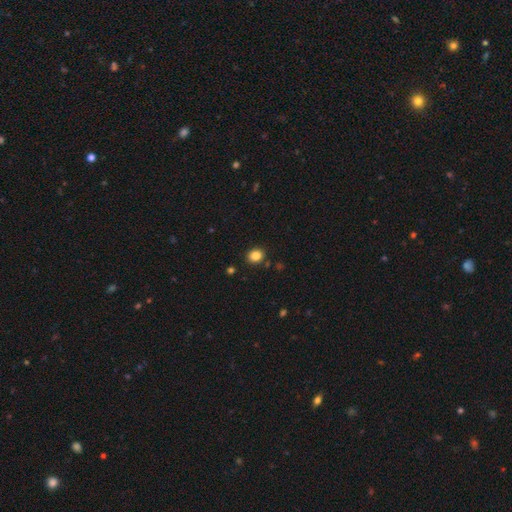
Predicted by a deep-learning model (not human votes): A smooth galaxy with no disk features (84%) that is round (61%).

Vote fractions:
- Smooth or featured? smooth: 84% / star or artifact: 11% / featured or disk: 5%
- How rounded? round: 61% / in between: 38% / cigar-shaped: 1%
- Merging? none: 88% / minor disturbance: 8% / merger: 2% / major disturbance: 2%